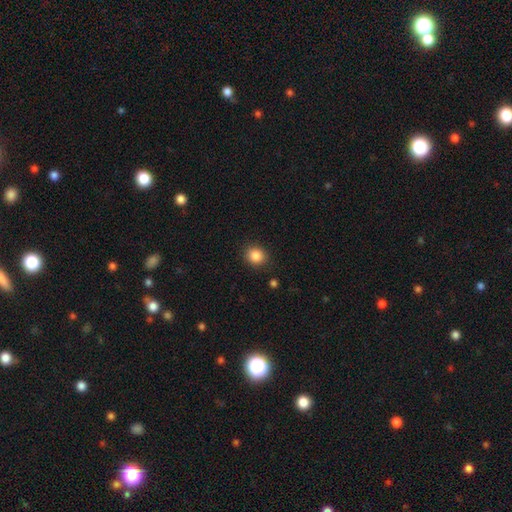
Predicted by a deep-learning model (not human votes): Q: Smooth or featured?
A: smooth (86%); runner-up: star or artifact (10%)
Q: How rounded?
A: round (78%); runner-up: in between (21%)
Q: Merging?
A: none (88%); runner-up: minor disturbance (8%)